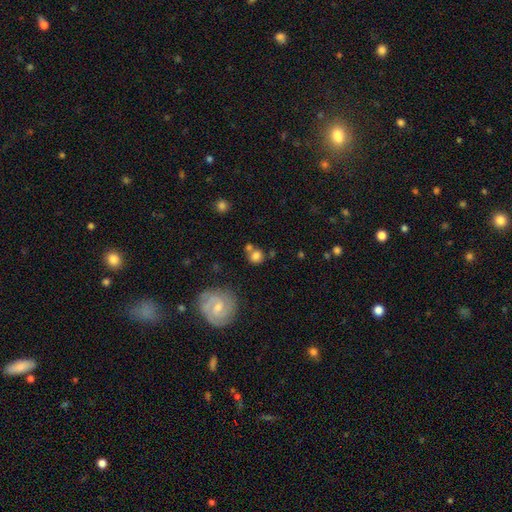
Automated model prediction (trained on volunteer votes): A smooth galaxy with no disk features (74%) that is round (82%). Merging: none (59%).